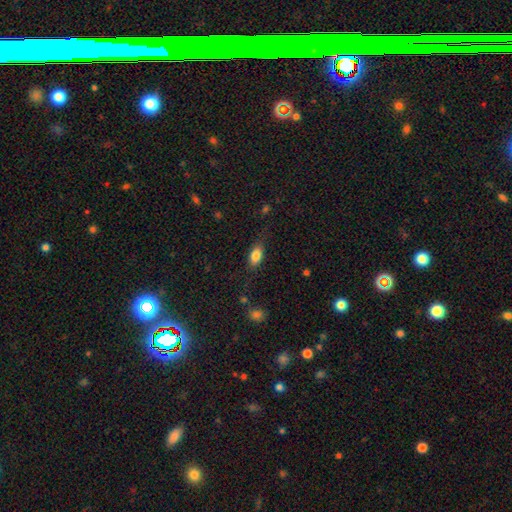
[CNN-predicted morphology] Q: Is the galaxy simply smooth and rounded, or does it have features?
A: smooth — 82%.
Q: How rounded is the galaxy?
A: in between — 88%.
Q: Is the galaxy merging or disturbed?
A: none — 75%.